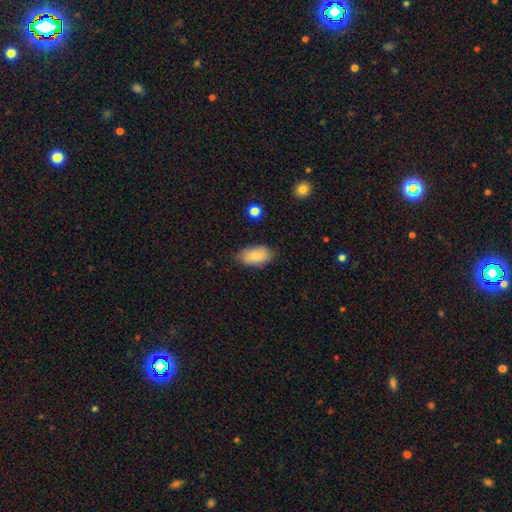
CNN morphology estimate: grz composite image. It shows a smooth galaxy with no disk features (81%) that is in between round and cigar-shaped (93%). Merging: none (79%).